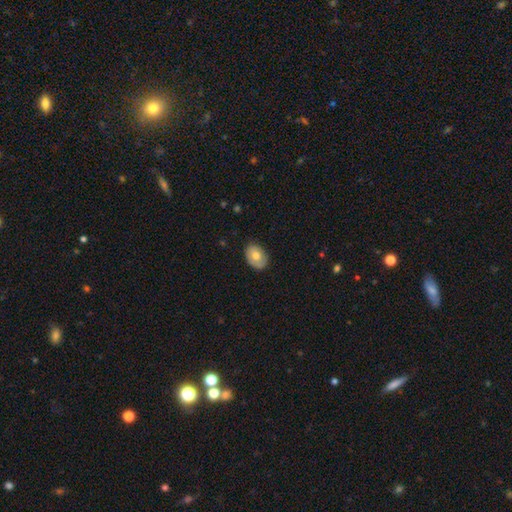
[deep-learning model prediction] Smooth or featured?
  - smooth: 68% *
  - featured or disk: 26%
  - star or artifact: 7%
How rounded?
  - in between: 70% *
  - round: 29%
  - cigar-shaped: 1%
Merging?
  - none: 79% *
  - minor disturbance: 17%
  - major disturbance: 3%
  - merger: 1%